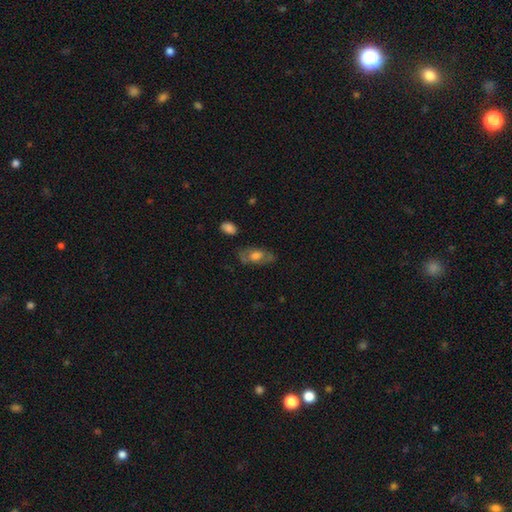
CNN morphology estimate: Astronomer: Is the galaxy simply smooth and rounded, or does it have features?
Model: featured or disk — 46%, tied with smooth at 46%.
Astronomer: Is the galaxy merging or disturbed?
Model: none — 70%.